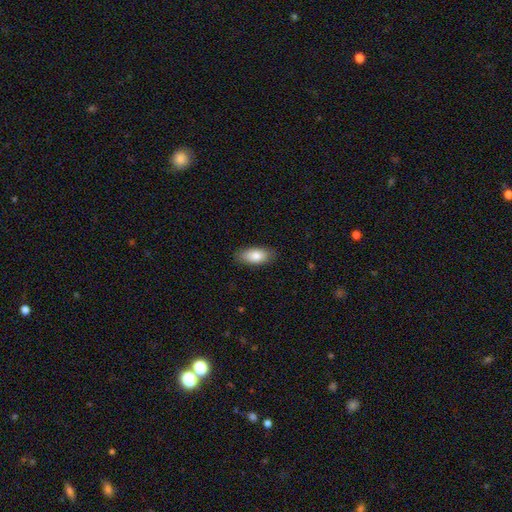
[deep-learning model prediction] This appears to be a smooth galaxy with no disk features (83%) that is in between round and cigar-shaped (89%). Merging: none (86%).